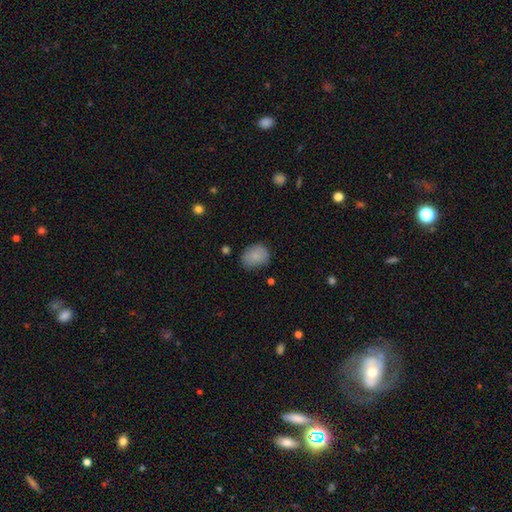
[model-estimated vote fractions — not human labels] This appears to be a smooth galaxy with no disk features (84%) that is in between round and cigar-shaped (52%). Merging: none (72%).